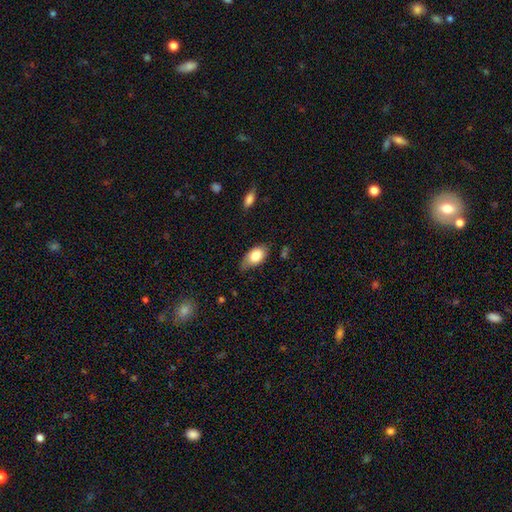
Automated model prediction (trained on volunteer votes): Smooth or featured?
  - smooth: 79% *
  - featured or disk: 14%
  - star or artifact: 7%
How rounded?
  - in between: 91% *
  - round: 7%
  - cigar-shaped: 2%
Merging?
  - none: 64% *
  - minor disturbance: 29%
  - major disturbance: 5%
  - merger: 2%